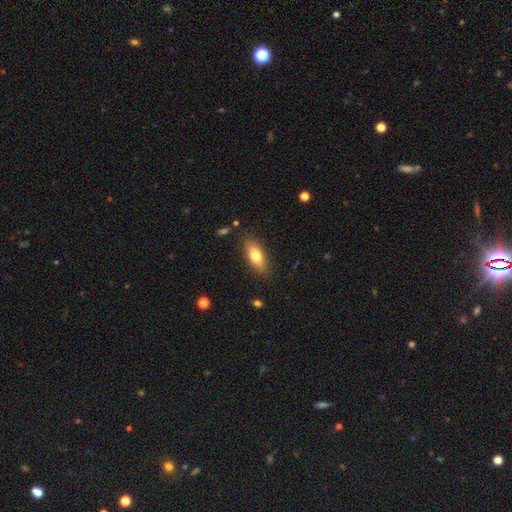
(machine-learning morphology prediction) smooth_or_featured: smooth (p=0.76) [alt: featured or disk p=0.17]
how_rounded: in between (p=0.80) [alt: cigar-shaped p=0.17]
merging: none (p=0.85) [alt: minor disturbance p=0.11]